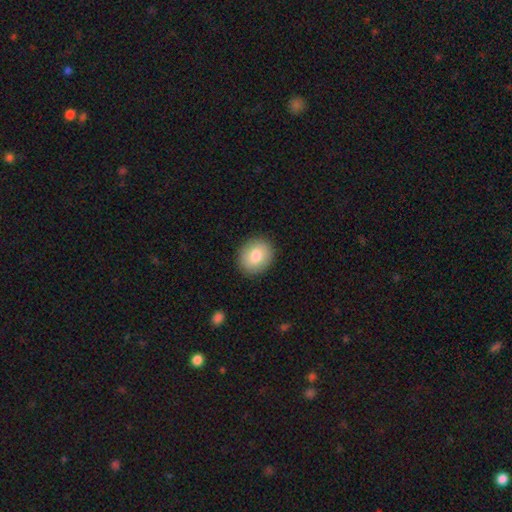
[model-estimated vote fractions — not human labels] This is clearly a smooth galaxy (81%). How rounded: likely round (66%). Merging: clearly none (90%).